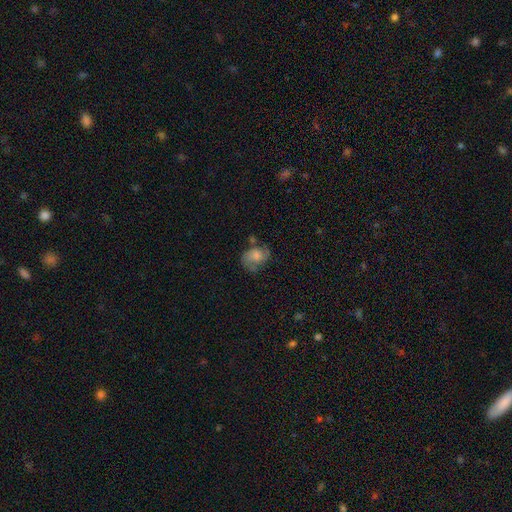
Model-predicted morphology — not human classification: Smooth or featured?
  - smooth: 50% *
  - featured or disk: 41%
  - star or artifact: 9%
Merging?
  - none: 49% *
  - minor disturbance: 27%
  - major disturbance: 16%
  - merger: 7%